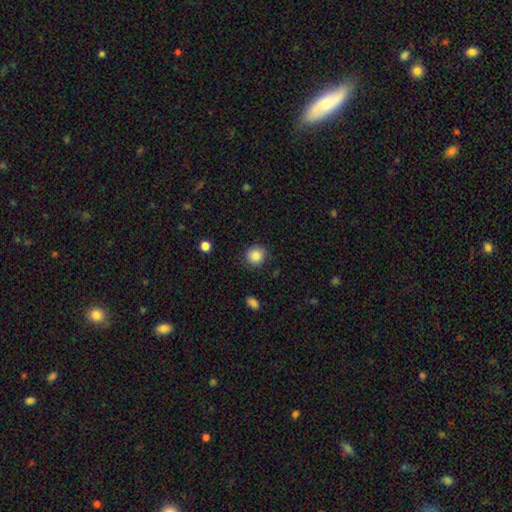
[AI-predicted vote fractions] smooth 85%, star or artifact 10%, featured or disk 5%. Down the decision tree: how rounded — round (90%); merging — none (89%).